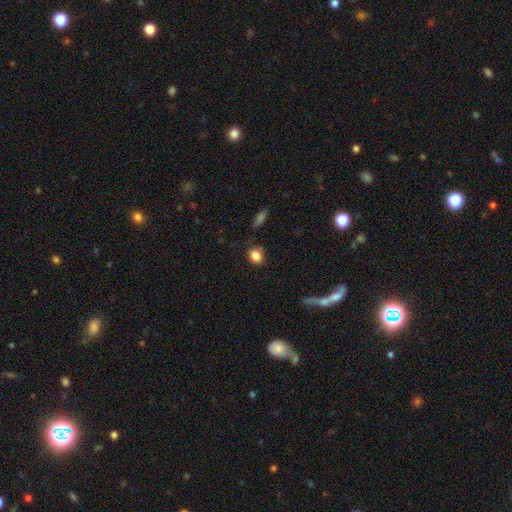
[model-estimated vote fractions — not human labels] Smooth or featured? Predicted: smooth (p=0.84). How rounded? Predicted: round (p=0.51). Merging? Predicted: none (p=0.74).